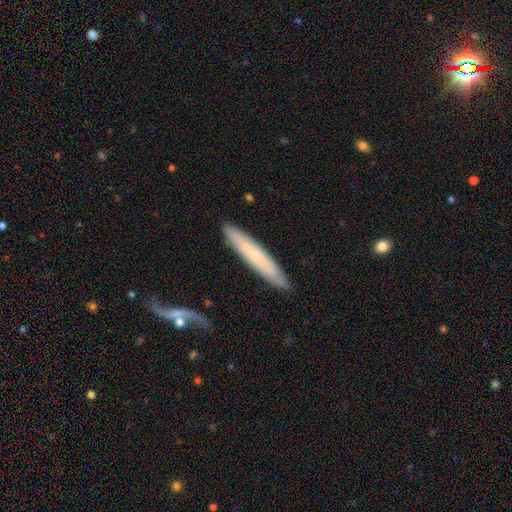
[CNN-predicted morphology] smooth_or_featured: featured or disk (p=0.50) [alt: smooth p=0.44]
disk_edge_on: yes (p=0.70) [alt: no p=0.30]
merging: none (p=0.85) [alt: minor disturbance p=0.11]